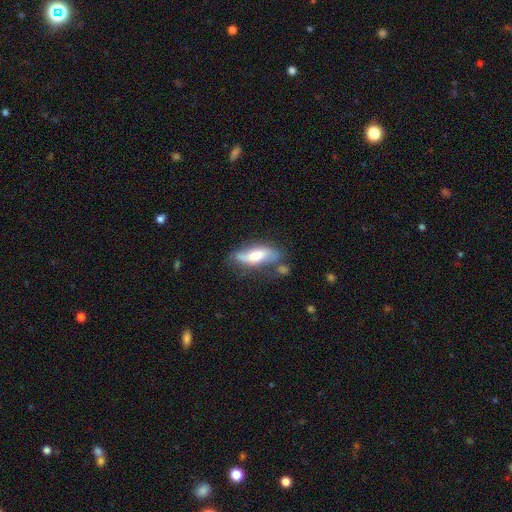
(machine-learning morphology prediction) The model was most divided on "smooth or featured": smooth: 48%, featured or disk: 45%, star or artifact: 7%. More confident: merging — none (55%).